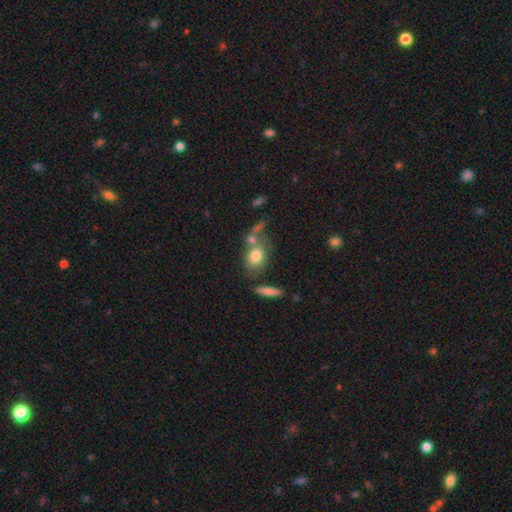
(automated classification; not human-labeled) Smooth or featured?
  - smooth: 76% *
  - featured or disk: 16%
  - star or artifact: 9%
How rounded?
  - in between: 63% *
  - round: 33%
  - cigar-shaped: 3%
Merging?
  - none: 46% *
  - merger: 32%
  - minor disturbance: 14%
  - major disturbance: 8%